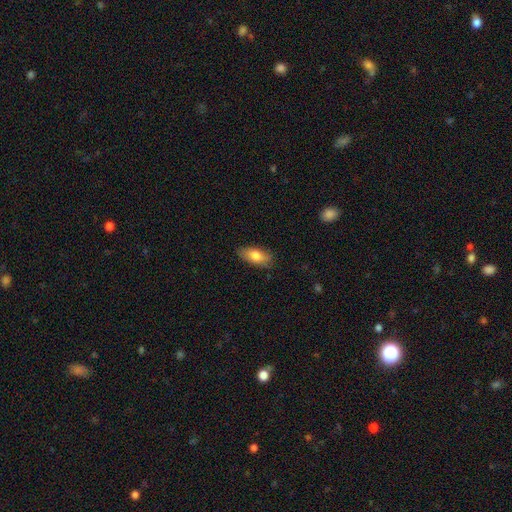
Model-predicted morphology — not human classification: Smooth or featured?
  - smooth: 78% *
  - featured or disk: 16%
  - star or artifact: 7%
How rounded?
  - in between: 83% *
  - cigar-shaped: 14%
  - round: 3%
Merging?
  - none: 82% *
  - minor disturbance: 14%
  - major disturbance: 3%
  - merger: 1%